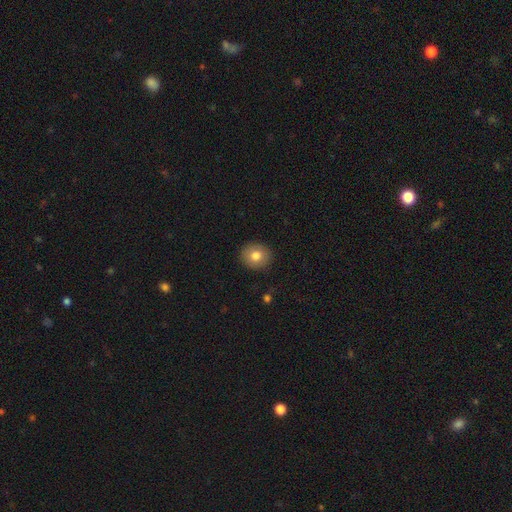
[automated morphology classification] smooth 79%, featured or disk 12%, star or artifact 9%. Down the decision tree: how rounded — round (79%); merging — none (90%).